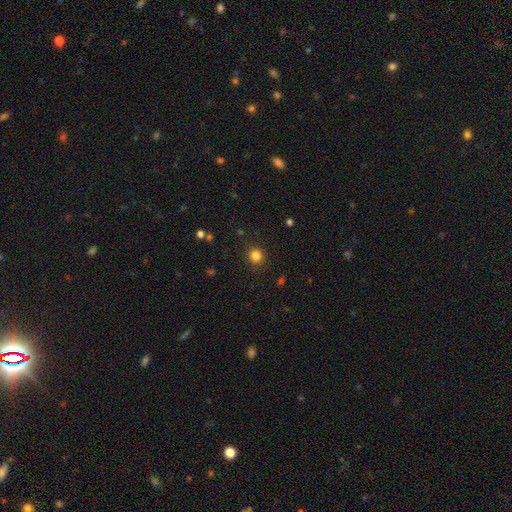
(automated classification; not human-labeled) Smooth or featured: smooth — 83% (star or artifact — 13%)
How rounded: round — 92% (in between — 8%)
Merging: none — 90% (minor disturbance — 6%)